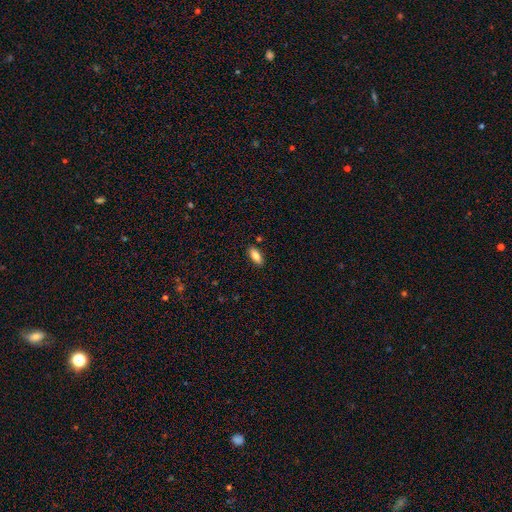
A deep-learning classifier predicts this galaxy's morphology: A smooth galaxy with no disk features (84%) that is in between round and cigar-shaped (84%).

Vote fractions:
- Smooth or featured? smooth: 84% / featured or disk: 8% / star or artifact: 7%
- How rounded? in between: 84% / cigar-shaped: 14% / round: 2%
- Merging? none: 87% / minor disturbance: 9% / major disturbance: 2% / merger: 2%